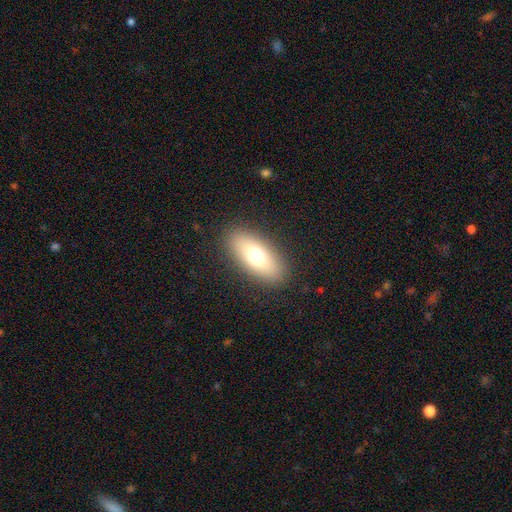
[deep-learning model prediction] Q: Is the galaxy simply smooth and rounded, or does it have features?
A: smooth — 71%.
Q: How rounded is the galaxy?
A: in between — 84%.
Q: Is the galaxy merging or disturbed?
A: none — 88%.